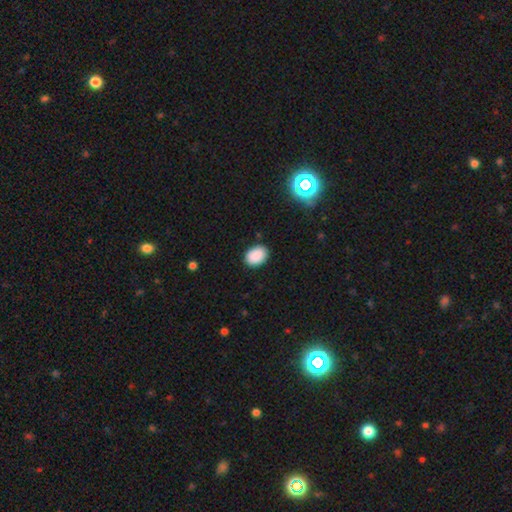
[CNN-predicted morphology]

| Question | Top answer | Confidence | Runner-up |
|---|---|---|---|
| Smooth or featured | smooth | 89% | star or artifact (8%) |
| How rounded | in between | 77% | round (22%) |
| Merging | none | 87% | minor disturbance (10%) |